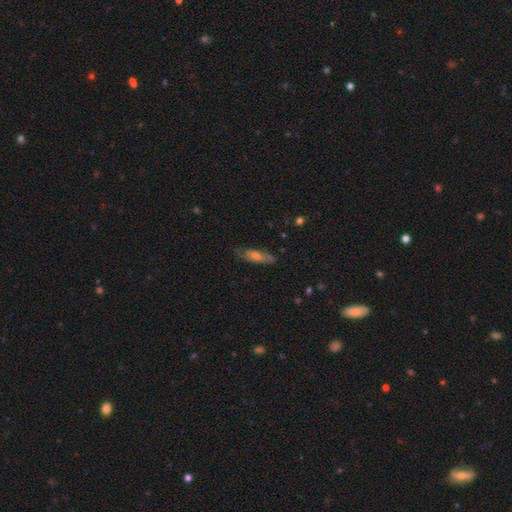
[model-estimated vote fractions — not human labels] This is possibly a featured or disk galaxy (46%). Merging: likely none (76%).